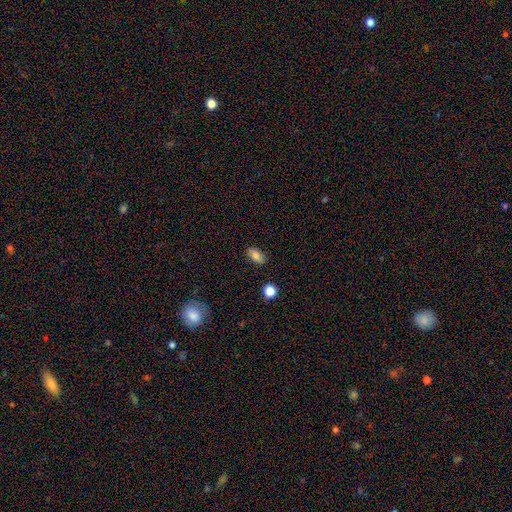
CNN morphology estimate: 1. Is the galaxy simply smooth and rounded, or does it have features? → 77% smooth, 14% featured or disk, 9% star or artifact.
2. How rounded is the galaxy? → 88% in between, 6% round, 6% cigar-shaped.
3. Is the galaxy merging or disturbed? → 84% none, 12% minor disturbance, 2% major disturbance, 1% merger.